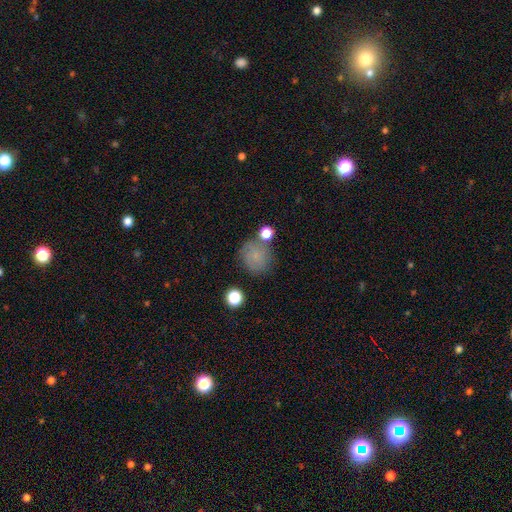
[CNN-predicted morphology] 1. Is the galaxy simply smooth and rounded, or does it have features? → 72% smooth, 16% featured or disk, 12% star or artifact.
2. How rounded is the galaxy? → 81% round, 18% in between, 1% cigar-shaped.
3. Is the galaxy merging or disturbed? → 68% none, 17% minor disturbance, 10% merger, 6% major disturbance.